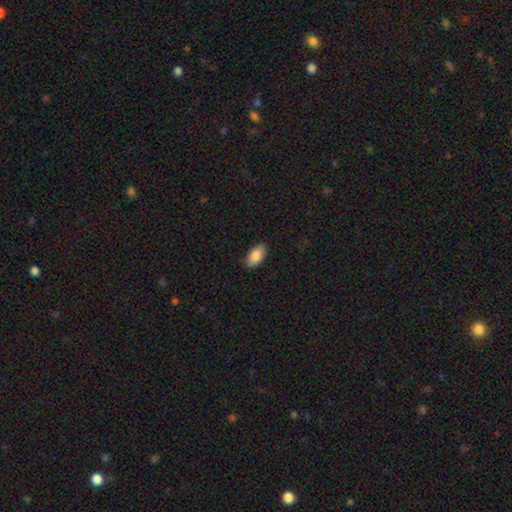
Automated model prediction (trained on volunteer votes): This is clearly a smooth galaxy (87%). How rounded: clearly in between (94%). Merging: clearly none (89%).